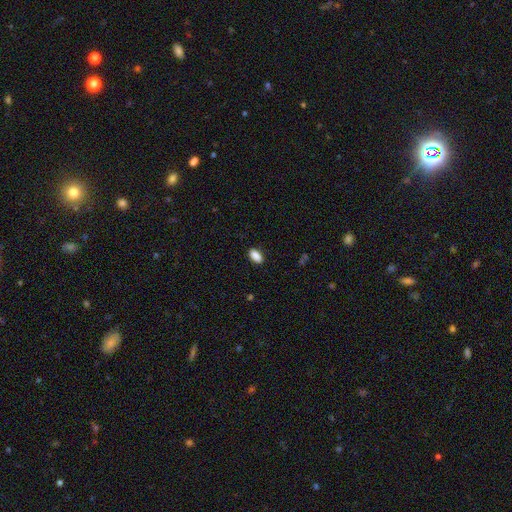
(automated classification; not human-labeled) This appears to be a smooth galaxy with no disk features (89%) that is in between round and cigar-shaped (91%). Merging: none (88%).